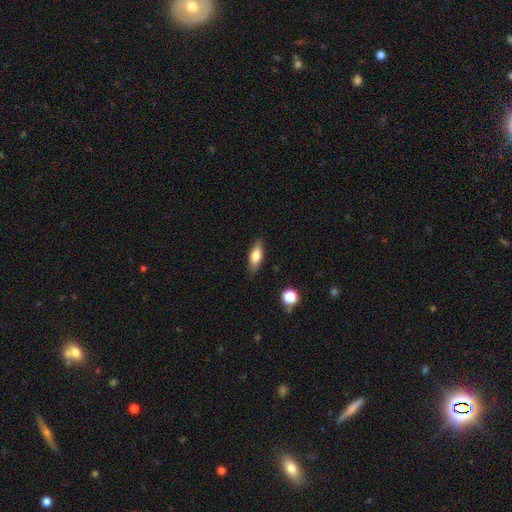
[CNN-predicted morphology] smooth-or-featured: smooth: 73% | featured or disk: 19% | star or artifact: 7%
  how-rounded: in between: 73% | cigar-shaped: 23% | round: 4%
  merging: none: 82% | minor disturbance: 14% | major disturbance: 3% | merger: 1%